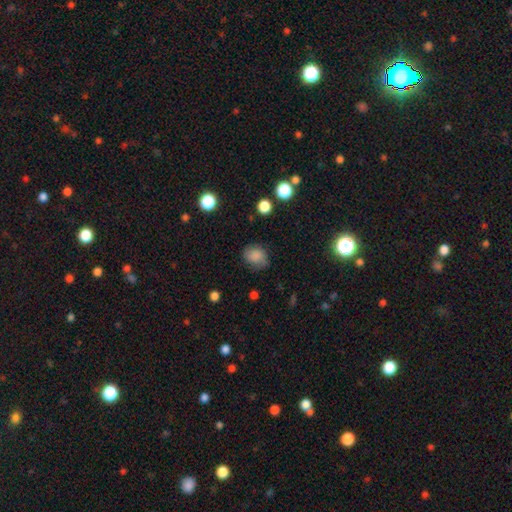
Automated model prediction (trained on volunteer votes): Smooth or featured? smooth (82%)
How rounded? round (59%)
Merging? none (73%)